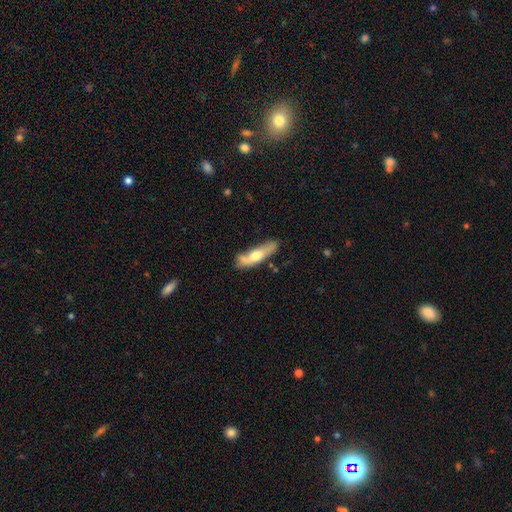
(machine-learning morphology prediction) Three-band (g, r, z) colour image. It shows a smooth galaxy with no disk features (54%) that is cigar-shaped (70%). Merging: none (60%).